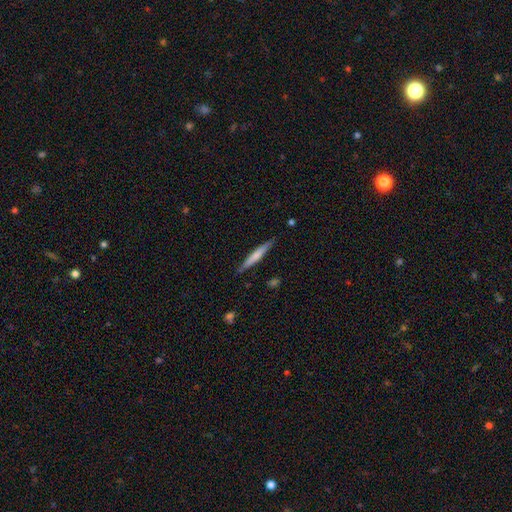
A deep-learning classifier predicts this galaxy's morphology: A smooth galaxy with no disk features (59%) that is cigar-shaped (95%).

Vote fractions:
- Smooth or featured? smooth: 59% / featured or disk: 36% / star or artifact: 6%
- How rounded? cigar-shaped: 95% / in between: 4% / round: 1%
- Merging? none: 87% / minor disturbance: 10% / major disturbance: 2% / merger: 1%